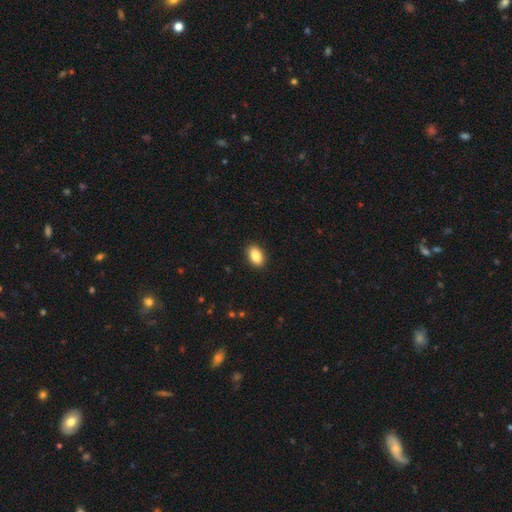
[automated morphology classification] smooth-or-featured: smooth: 88% | star or artifact: 7% | featured or disk: 4%
  how-rounded: in between: 90% | round: 9% | cigar-shaped: 2%
  merging: none: 90% | minor disturbance: 7% | major disturbance: 2% | merger: 1%